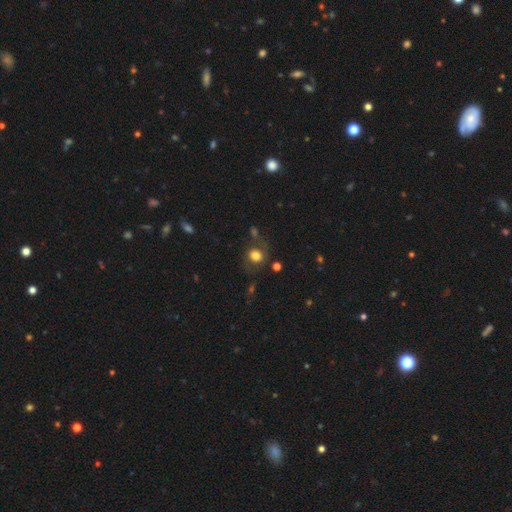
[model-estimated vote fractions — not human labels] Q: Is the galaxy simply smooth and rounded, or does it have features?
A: smooth — 68%.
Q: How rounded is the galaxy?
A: round — 72%.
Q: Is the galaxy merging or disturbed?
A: none — 62%.